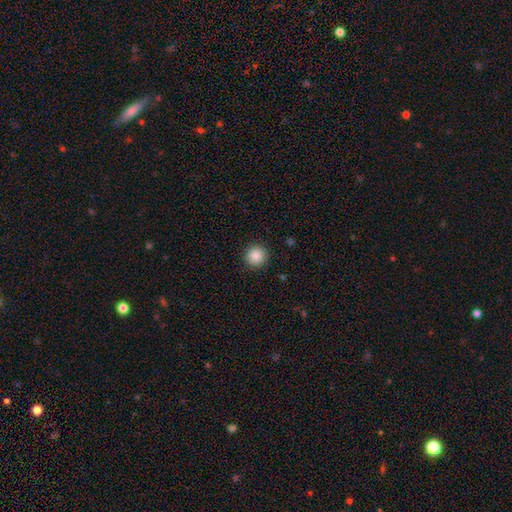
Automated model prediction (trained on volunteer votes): smooth 88%, star or artifact 9%, featured or disk 3%. Down the decision tree: how rounded — round (95%); merging — none (91%).